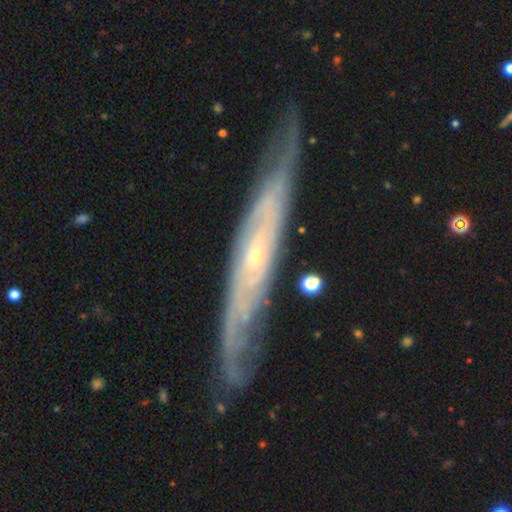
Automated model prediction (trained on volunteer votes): Smooth or featured: featured or disk — 83% (smooth — 11%)
Edge-on disk: no — 52% (yes — 48%)
Merging: none — 78% (minor disturbance — 16%)